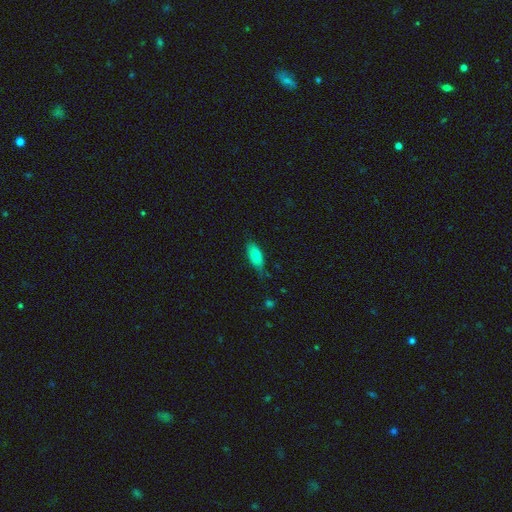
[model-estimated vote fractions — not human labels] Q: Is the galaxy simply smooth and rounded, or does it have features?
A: smooth — 82%.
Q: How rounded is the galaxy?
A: in between — 77%.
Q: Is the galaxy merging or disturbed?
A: none — 68%.